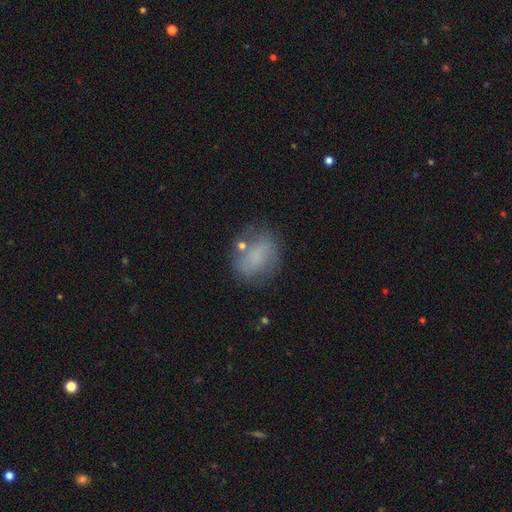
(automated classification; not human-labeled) Smooth or featured?
  - smooth: 60% *
  - featured or disk: 27%
  - star or artifact: 13%
How rounded?
  - in between: 63% *
  - round: 35%
  - cigar-shaped: 2%
Merging?
  - none: 65% *
  - minor disturbance: 20%
  - major disturbance: 9%
  - merger: 6%